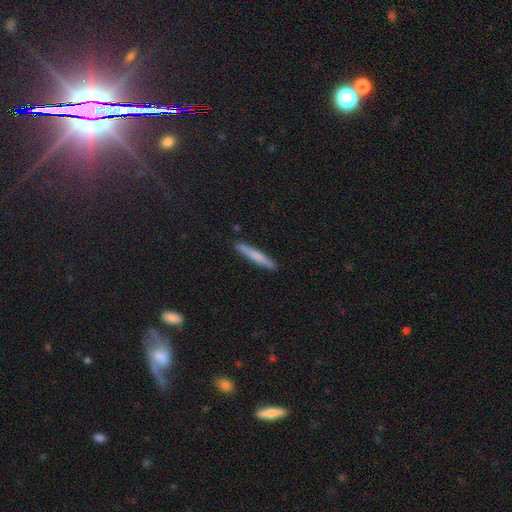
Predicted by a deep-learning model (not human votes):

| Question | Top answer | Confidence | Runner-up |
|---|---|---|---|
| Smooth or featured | smooth | 70% | featured or disk (24%) |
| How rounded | cigar-shaped | 95% | in between (3%) |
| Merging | none | 90% | minor disturbance (7%) |